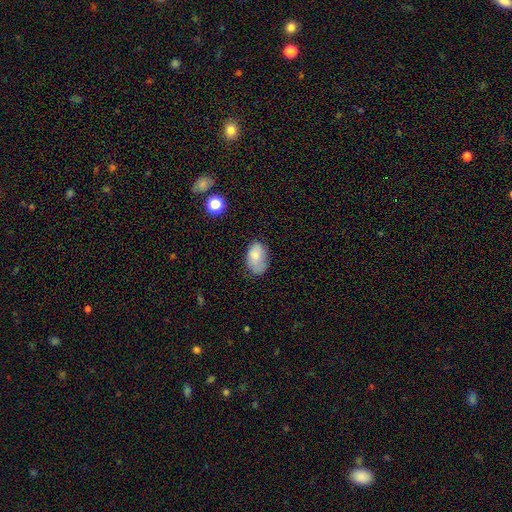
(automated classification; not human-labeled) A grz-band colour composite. It shows a smooth galaxy with no disk features (77%) that is in between round and cigar-shaped (90%). Merging: none (59%).